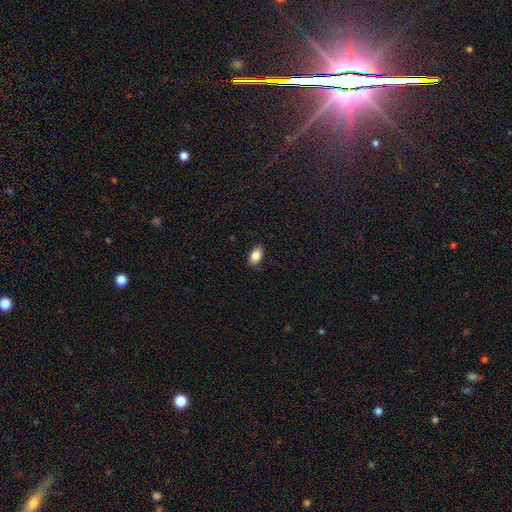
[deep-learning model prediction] Smooth or featured?
  - smooth: 83% *
  - featured or disk: 8%
  - star or artifact: 8%
How rounded?
  - in between: 88% *
  - round: 9%
  - cigar-shaped: 3%
Merging?
  - none: 85% *
  - minor disturbance: 12%
  - major disturbance: 2%
  - merger: 1%